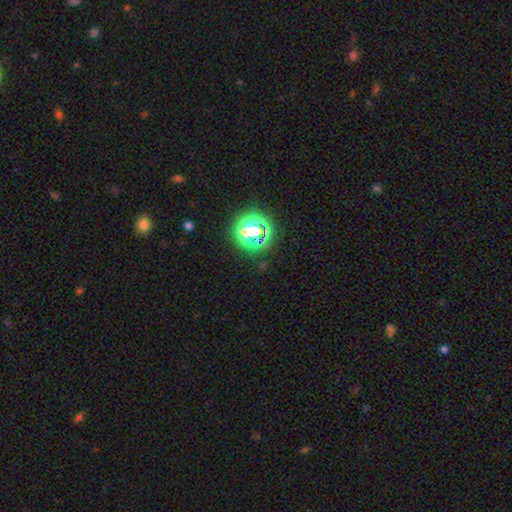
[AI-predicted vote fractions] smooth_or_featured: star or artifact (p=0.73) [alt: smooth p=0.20]